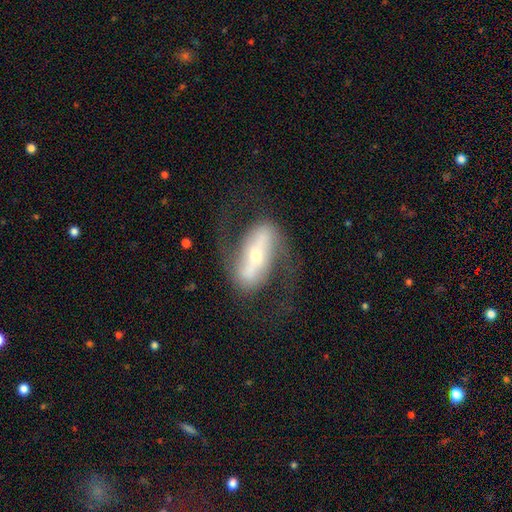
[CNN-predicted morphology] smooth-or-featured: featured or disk: 81% | smooth: 13% | star or artifact: 6%
  disk-edge-on: no: 88% | yes: 12%
    bar: strong: 65% | weak: 18% | no: 17%
    has-spiral-arms: yes: 86% | no: 14%
      spiral-winding: loose: 50% | medium: 37% | tight: 13%
      spiral-arm-count: 2: 90% | can't tell: 5% | 1: 2% | 3: 1% | 4: 1% | more than 4: 1%
    bulge-size: small: 59% | moderate: 36% | large: 3% | dominant: 2% | none: 1%
  merging: none: 69% | major disturbance: 15% | minor disturbance: 15% | merger: 2%